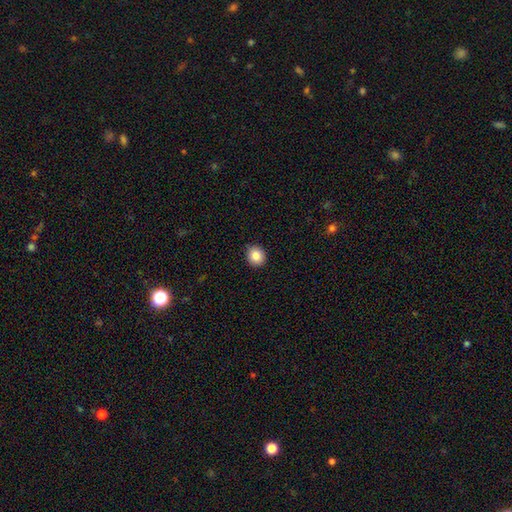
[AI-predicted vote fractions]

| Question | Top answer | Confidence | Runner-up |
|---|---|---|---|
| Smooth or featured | smooth | 84% | star or artifact (10%) |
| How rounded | round | 82% | in between (17%) |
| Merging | none | 88% | minor disturbance (9%) |